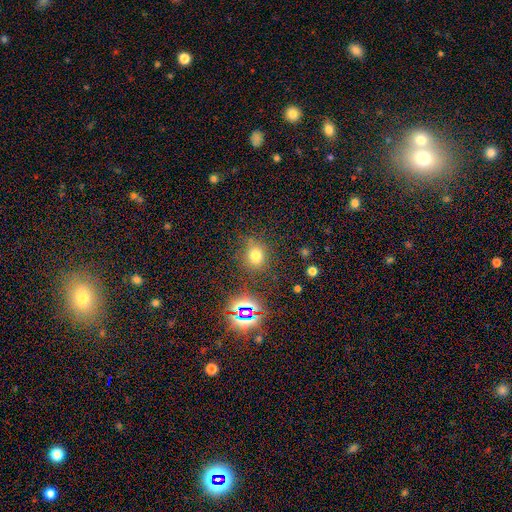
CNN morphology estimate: Smooth or featured? smooth (67%)
How rounded? round (74%)
Merging? none (78%)